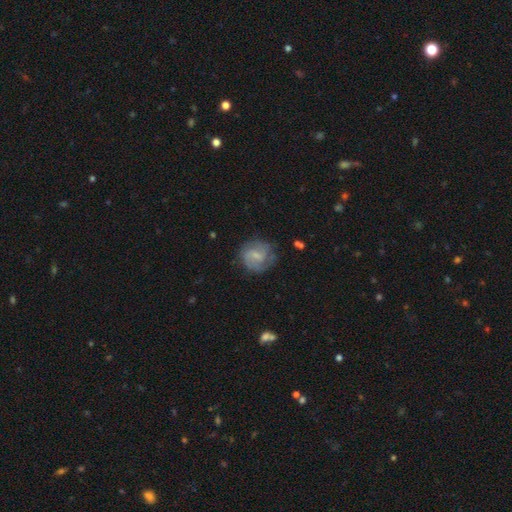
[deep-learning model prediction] smooth-or-featured: featured or disk: 61% | smooth: 32% | star or artifact: 7%
  disk-edge-on: no: 98% | yes: 2%
    bar: weak: 58% | no: 29% | strong: 14%
    has-spiral-arms: yes: 87% | no: 13%
      spiral-winding: medium: 44% | tight: 35% | loose: 20%
      spiral-arm-count: 2: 64% | can't tell: 20% | 3: 7% | 1: 5% | 4: 2% | more than 4: 2%
    bulge-size: small: 52% | moderate: 25% | none: 20% | large: 2% | dominant: 1%
  merging: none: 70% | minor disturbance: 20% | major disturbance: 8% | merger: 2%